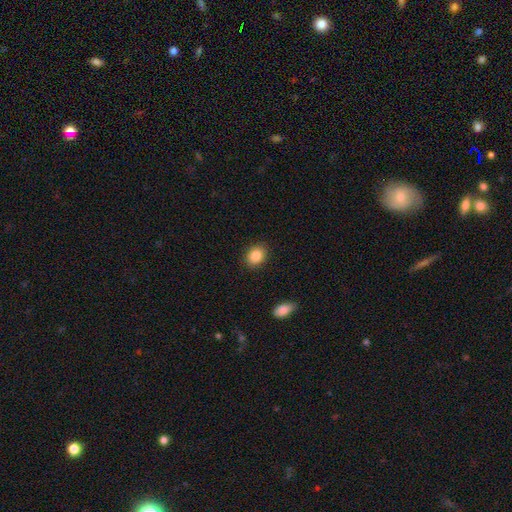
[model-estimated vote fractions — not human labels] This appears to be a smooth galaxy with no disk features (87%) that is in between round and cigar-shaped (55%). Merging: none (88%).